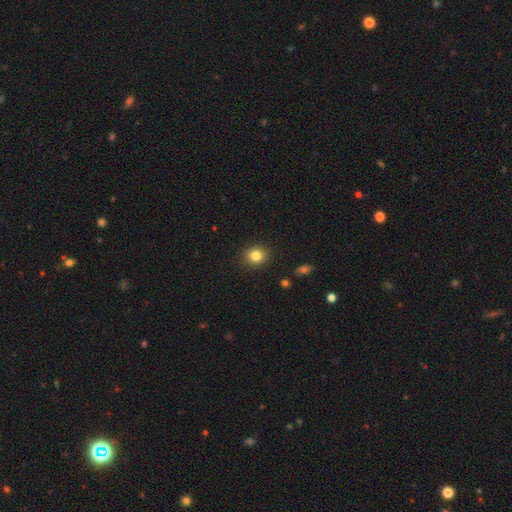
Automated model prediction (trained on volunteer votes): Smooth or featured? Predicted: smooth (p=0.83). How rounded? Predicted: round (p=0.77). Merging? Predicted: none (p=0.90).